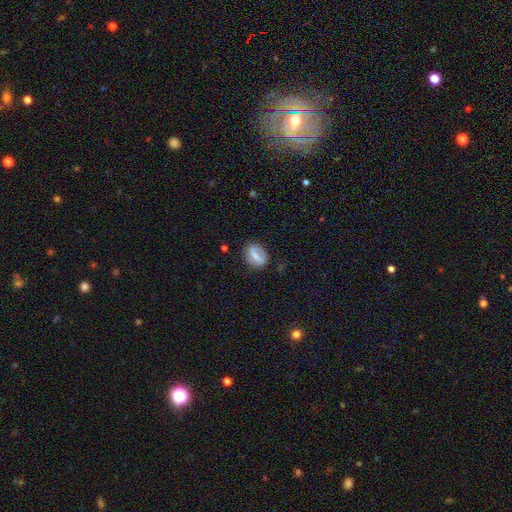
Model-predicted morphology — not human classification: Smooth or featured?
  - smooth: 47% *
  - featured or disk: 44%
  - star or artifact: 9%
Merging?
  - none: 80% *
  - minor disturbance: 13%
  - major disturbance: 5%
  - merger: 2%